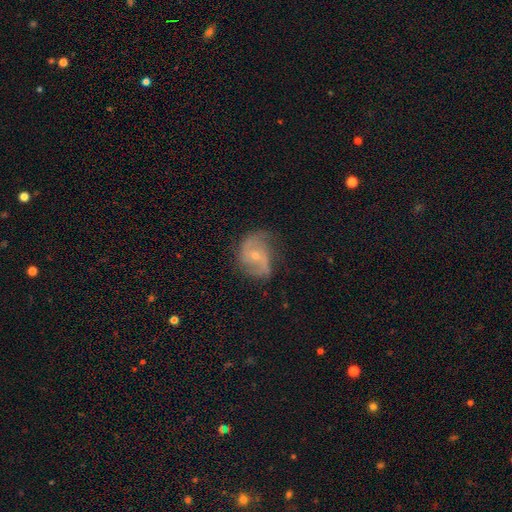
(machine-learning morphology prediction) A featured or disk galaxy (80%) with no bar (62%), 2 (79%) medium (47%) spiral arms (93%) and a small central bulge (63%).

Vote fractions:
- Smooth or featured? featured or disk: 80% / smooth: 13% / star or artifact: 7%
- Edge-on disk? no: 97% / yes: 3%
- Bar? no: 62% / weak: 30% / strong: 7%
- Spiral arms? yes: 93% / no: 7%
- Spiral winding? medium: 47% / loose: 33% / tight: 20%
- Spiral arm count? 2: 79% / can't tell: 8% / 3: 6% / 1: 3% / 4: 2% / more than 4: 2%
- Bulge size? small: 63% / moderate: 33% / none: 1% / large: 1% / dominant: 1%
- Merging? none: 64% / minor disturbance: 24% / major disturbance: 11% / merger: 2%